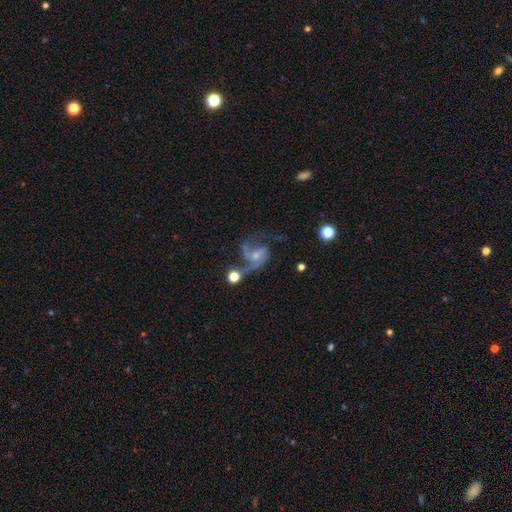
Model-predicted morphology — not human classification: featured or disk 83%, star or artifact 9%, smooth 8%. Down the decision tree: edge-on disk — no (98%); bar — no (48%); spiral arms — yes (95%); spiral arm count — 2 (76%); spiral winding — medium (46%); bulge size — small (57%); merging — none (47%).